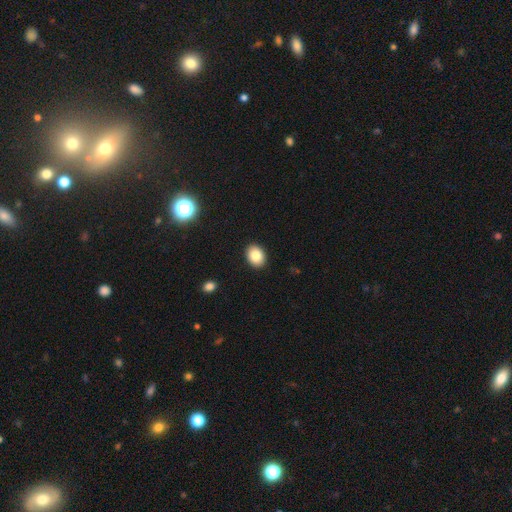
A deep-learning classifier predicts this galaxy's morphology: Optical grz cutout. It shows a smooth galaxy with no disk features (85%) that is in between round and cigar-shaped (66%). Merging: none (91%).